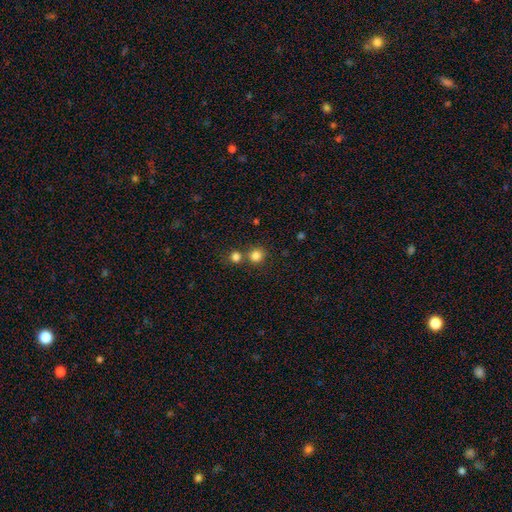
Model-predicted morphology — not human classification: type=smooth (82%); roundness=round (88%); merging=none (62%).